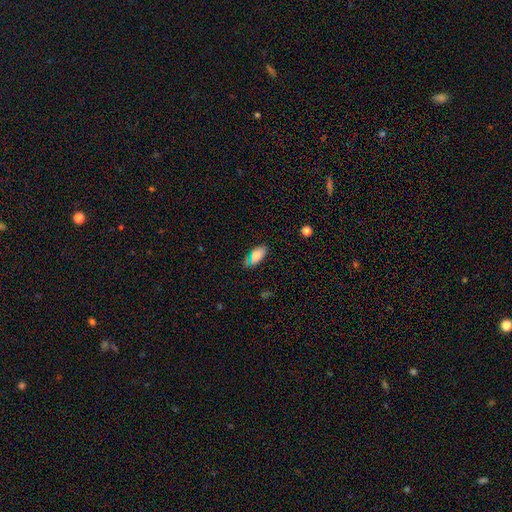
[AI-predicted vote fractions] A smooth galaxy with no disk features (76%) that is in between round and cigar-shaped (89%).

Vote fractions:
- Smooth or featured? smooth: 76% / featured or disk: 13% / star or artifact: 11%
- How rounded? in between: 89% / cigar-shaped: 7% / round: 4%
- Merging? none: 74% / minor disturbance: 17% / merger: 5% / major disturbance: 4%